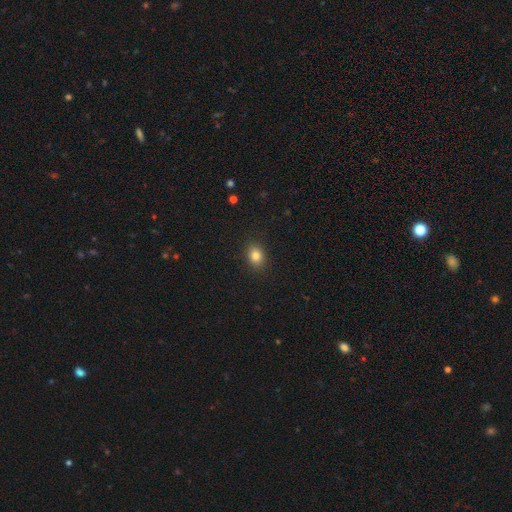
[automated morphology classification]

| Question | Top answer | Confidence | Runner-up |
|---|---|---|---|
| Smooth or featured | smooth | 83% | star or artifact (11%) |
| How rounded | in between | 55% | round (44%) |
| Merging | none | 89% | minor disturbance (8%) |